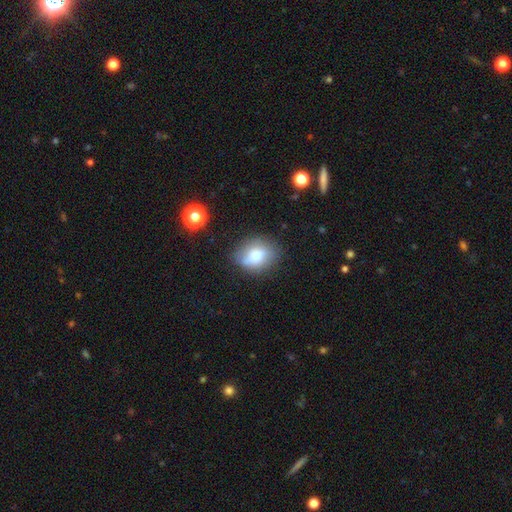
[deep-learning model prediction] A smooth galaxy with no disk features (70%) that is in between round and cigar-shaped (61%). Merging: none (74%).